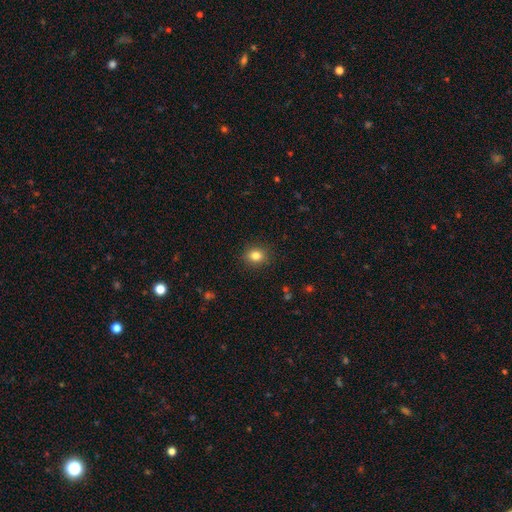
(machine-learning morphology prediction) smooth_or_featured: smooth (p=0.83) [alt: star or artifact p=0.11]
how_rounded: round (p=0.62) [alt: in between p=0.37]
merging: none (p=0.89) [alt: minor disturbance p=0.08]